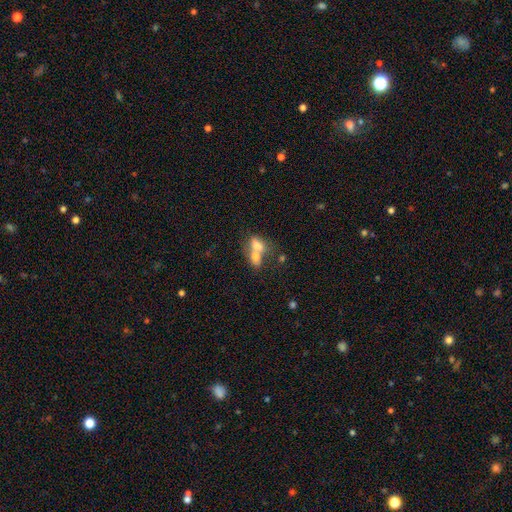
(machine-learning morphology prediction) This appears to be a smooth galaxy with no disk features (68%) that is in between round and cigar-shaped (75%). Merging: merger (72%).